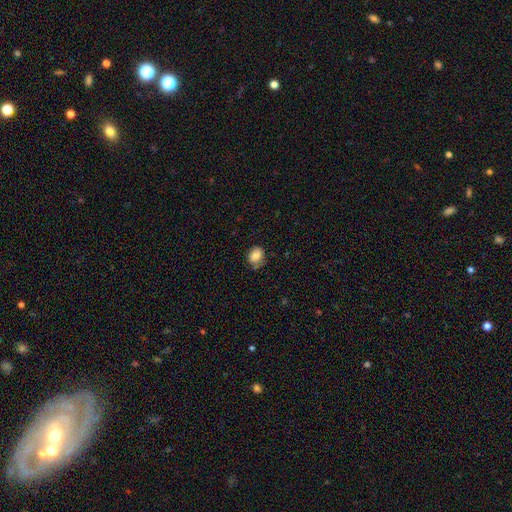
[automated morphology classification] The model was most divided on "how rounded": round: 50%, in between: 49%, cigar-shaped: 1%. More confident: smooth or featured — smooth (79%); merging — none (64%).